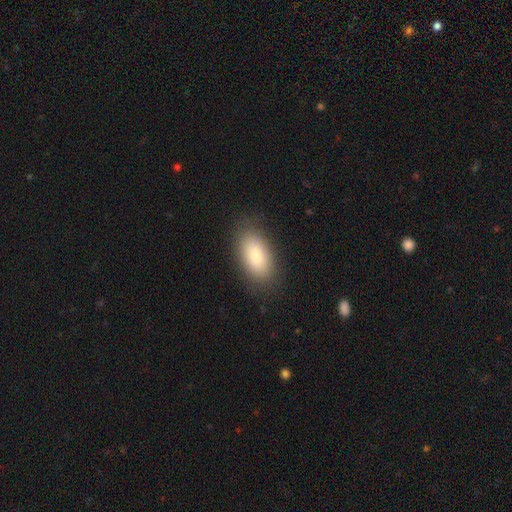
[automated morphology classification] Overall: smooth (87%). How rounded: in between (93%). Merging: none (84%).